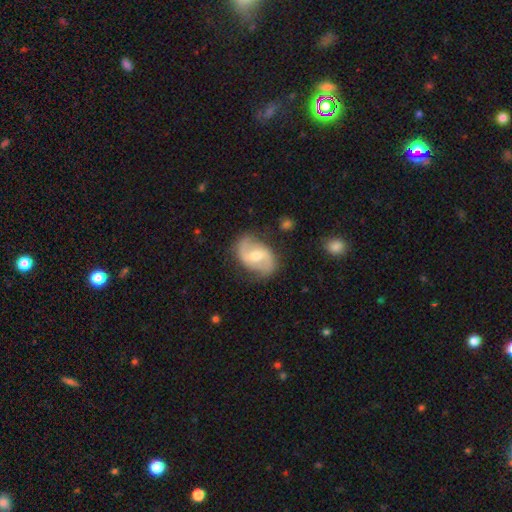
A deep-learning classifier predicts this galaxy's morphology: This is likely a featured or disk galaxy (78%). It is clearly not viewed edge-on (97%). Bar: possibly weak (53%). Spiral arm pattern: clearly yes (91%). Spiral arm count: clearly 2 (89%). Spiral winding: possibly medium (48%). Central bulge: likely moderate (63%). Merging: likely none (75%).